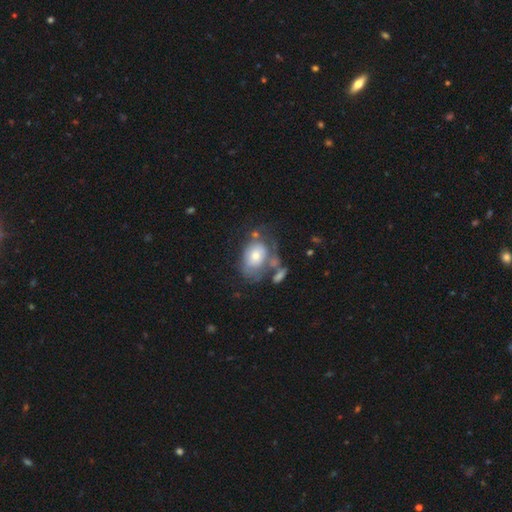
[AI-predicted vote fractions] Overall: smooth (51%; featured or disk 41%). How rounded: in between (77%). Merging: none (34%; minor disturbance 23%).